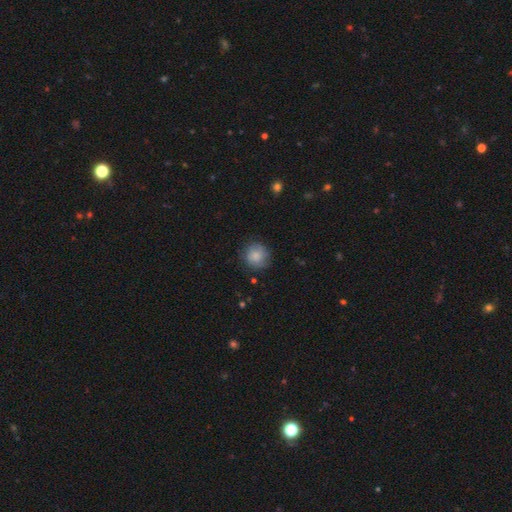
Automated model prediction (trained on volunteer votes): The model was most divided on "merging": none: 78%, minor disturbance: 16%, major disturbance: 4%, merger: 1%. More confident: how rounded — round (91%); smooth or featured — smooth (81%).